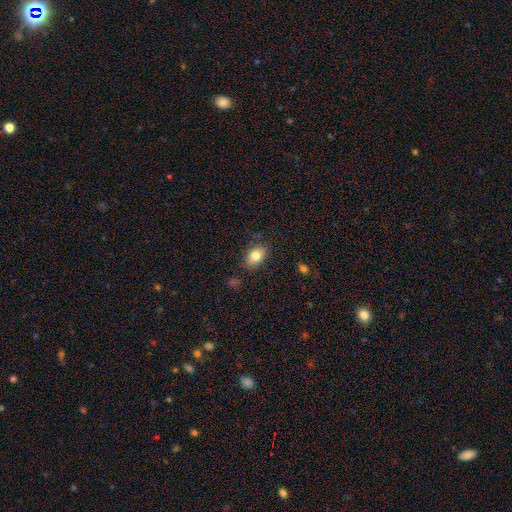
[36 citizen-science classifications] Morphology: type=smooth (81%); roundness=in between (86%); merging=none (69%).